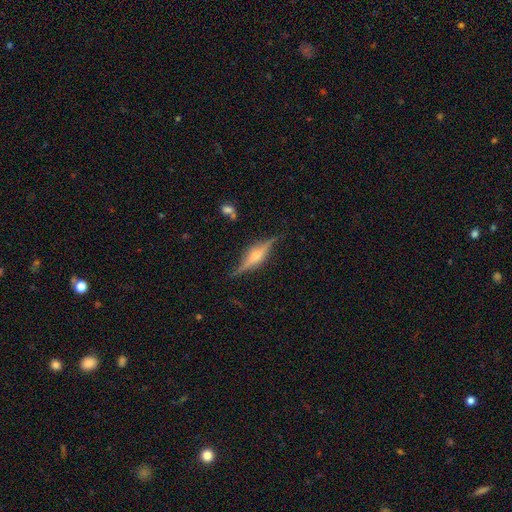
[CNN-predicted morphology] smooth-or-featured: featured or disk: 80% | smooth: 13% | star or artifact: 7%
  disk-edge-on: yes: 96% | no: 4%
    edge-on-bulge: rounded: 83% | boxy: 13% | none: 4%
  merging: none: 83% | minor disturbance: 12% | major disturbance: 3% | merger: 2%